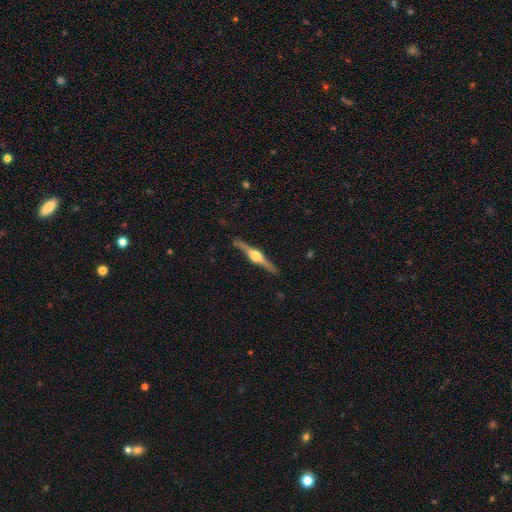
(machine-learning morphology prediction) Smooth or featured? Predicted: featured or disk (p=0.82). Edge-on disk? Predicted: yes (p=0.98). Edge-on bulge? Predicted: rounded (p=0.94). Merging? Predicted: none (p=0.89).